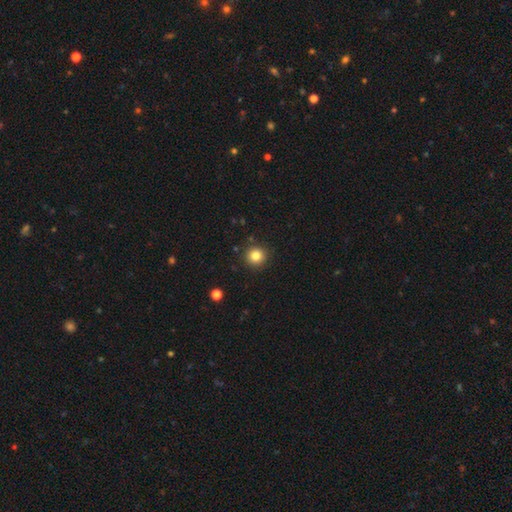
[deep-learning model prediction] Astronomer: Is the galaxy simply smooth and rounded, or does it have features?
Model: smooth — 82%.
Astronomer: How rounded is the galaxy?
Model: round — 94%.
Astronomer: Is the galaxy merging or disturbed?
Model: none — 90%.